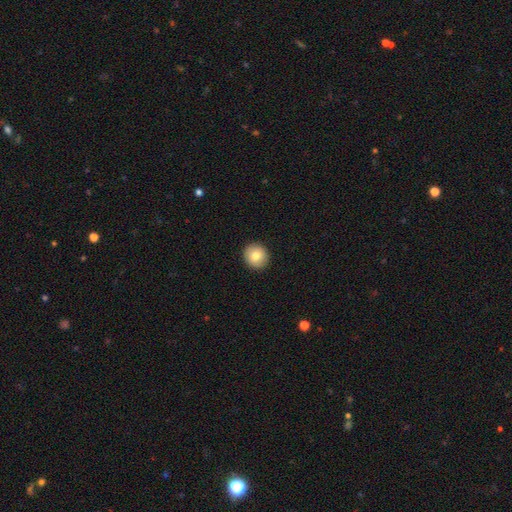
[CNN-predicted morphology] Q: Smooth or featured?
A: smooth (80%); runner-up: featured or disk (12%)
Q: How rounded?
A: round (90%); runner-up: in between (9%)
Q: Merging?
A: none (92%); runner-up: minor disturbance (5%)